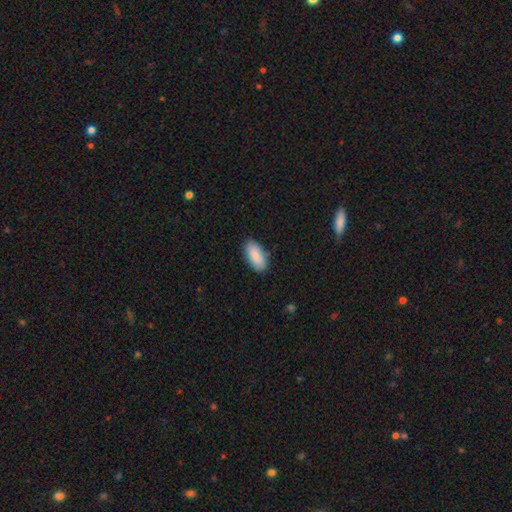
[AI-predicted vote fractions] smooth_or_featured: smooth (p=0.89) [alt: star or artifact p=0.06]
how_rounded: in between (p=0.91) [alt: cigar-shaped p=0.07]
merging: none (p=0.84) [alt: minor disturbance p=0.12]